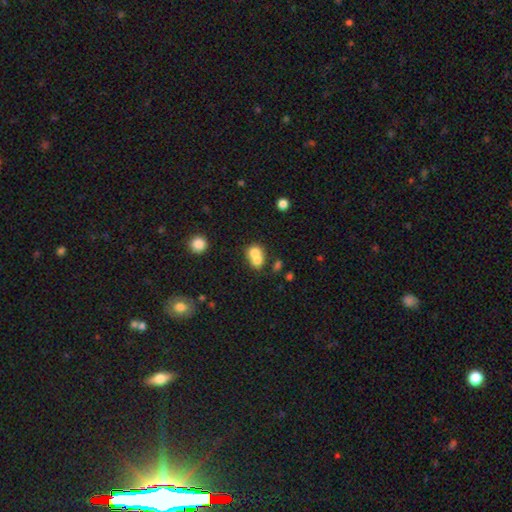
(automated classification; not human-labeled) Overall: smooth (73%). How rounded: round (60%; in between 39%). Merging: merger (67%).